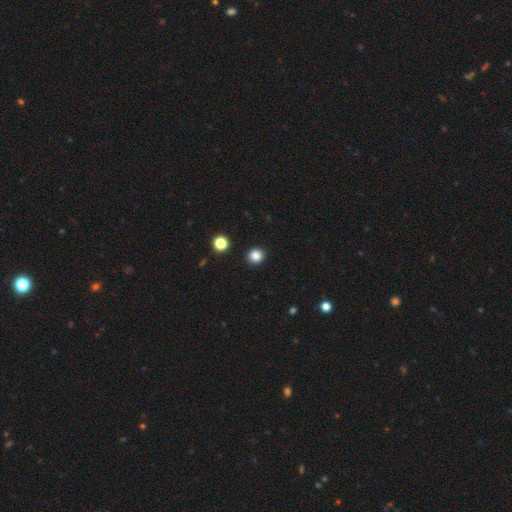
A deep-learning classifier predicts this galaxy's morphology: A smooth galaxy with no disk features (84%) that is round (92%). Merging: none (93%).